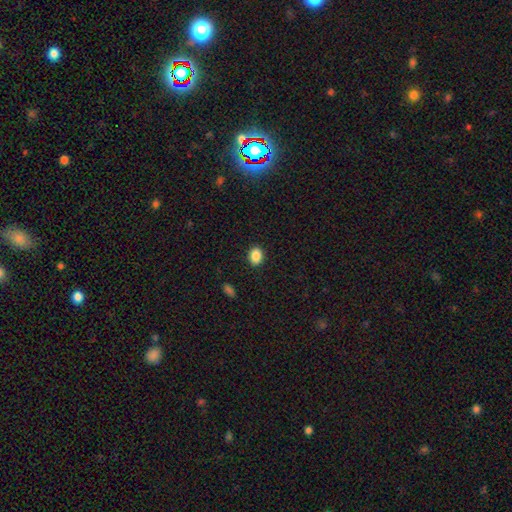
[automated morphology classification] This is clearly a smooth galaxy (87%). How rounded: likely in between (60%). Merging: clearly none (89%).